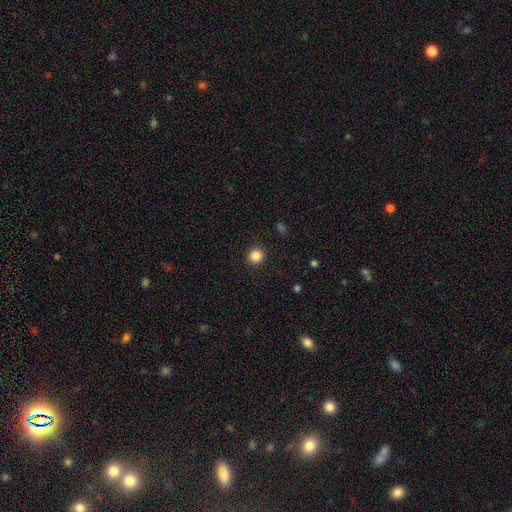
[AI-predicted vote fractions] smooth-or-featured: smooth: 85% | star or artifact: 11% | featured or disk: 4%
  how-rounded: round: 93% | in between: 6% | cigar-shaped: 1%
  merging: none: 92% | minor disturbance: 5% | major disturbance: 2% | merger: 1%